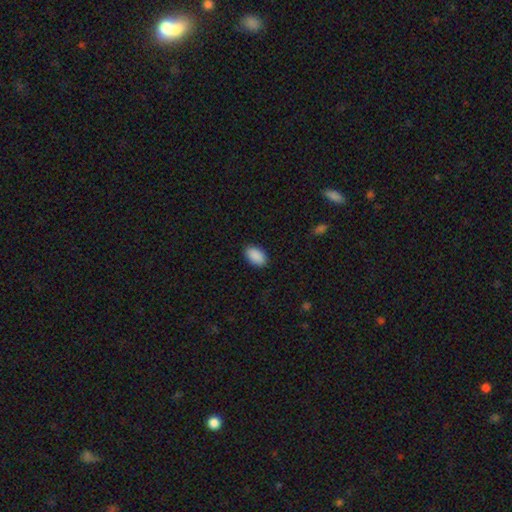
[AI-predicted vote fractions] Morphology: type=smooth (91%); roundness=in between (94%); merging=none (89%).